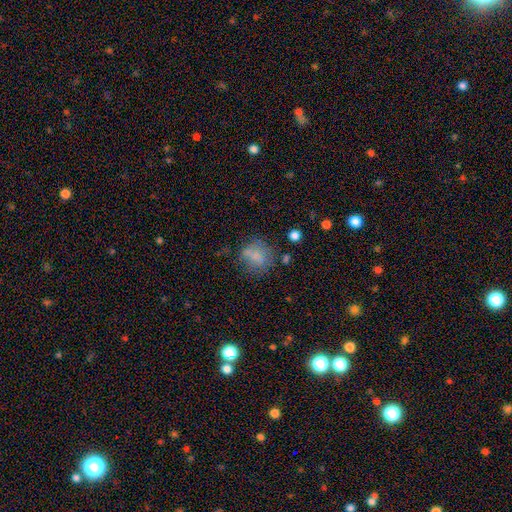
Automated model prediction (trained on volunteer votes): Q: Smooth or featured?
A: smooth (68%); runner-up: featured or disk (19%)
Q: How rounded?
A: round (66%); runner-up: in between (32%)
Q: Merging?
A: none (54%); runner-up: minor disturbance (23%)